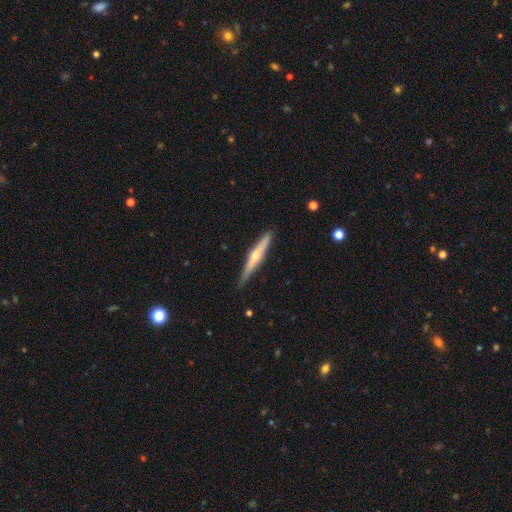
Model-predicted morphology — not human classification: A featured or disk galaxy (63%) viewed edge-on (97%) with a rounded central bulge (81%). Merging: none (87%).